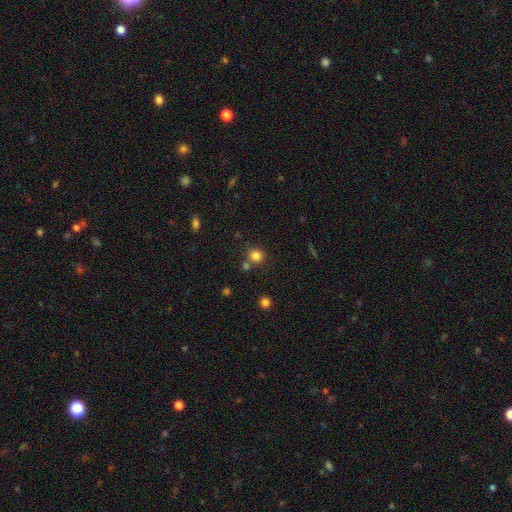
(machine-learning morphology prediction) smooth-or-featured: smooth: 81% | star or artifact: 13% | featured or disk: 6%
  how-rounded: round: 86% | in between: 13% | cigar-shaped: 1%
  merging: none: 72% | merger: 16% | minor disturbance: 10% | major disturbance: 3%